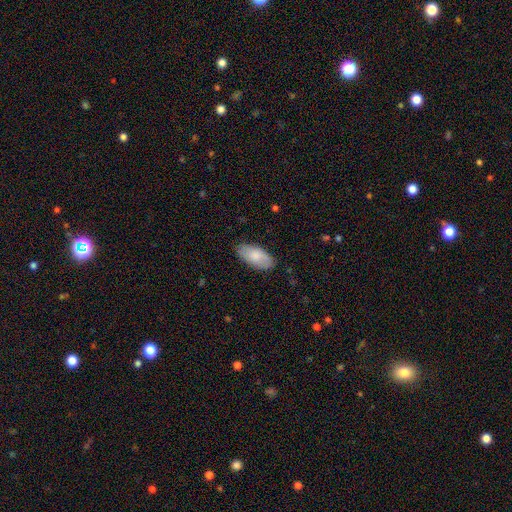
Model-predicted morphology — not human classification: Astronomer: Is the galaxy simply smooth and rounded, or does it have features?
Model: smooth — 77%.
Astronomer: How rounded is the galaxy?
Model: in between — 93%.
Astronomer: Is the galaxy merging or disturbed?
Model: none — 83%.